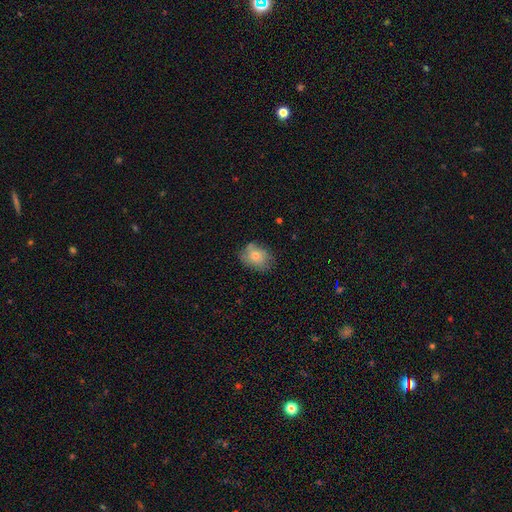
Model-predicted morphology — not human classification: Smooth or featured?
  - smooth: 71% *
  - featured or disk: 20%
  - star or artifact: 9%
How rounded?
  - in between: 59% *
  - round: 40%
  - cigar-shaped: 1%
Merging?
  - none: 70% *
  - minor disturbance: 23%
  - major disturbance: 5%
  - merger: 2%